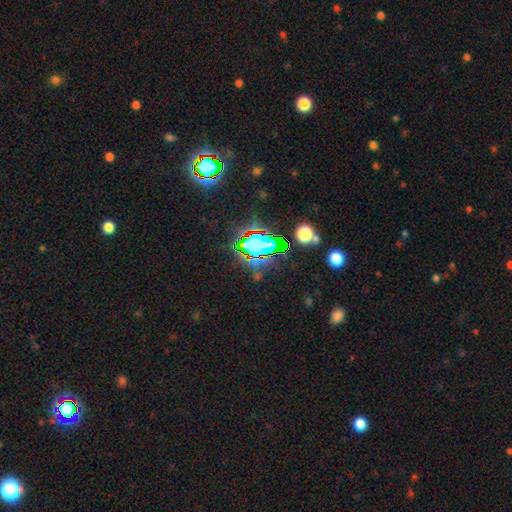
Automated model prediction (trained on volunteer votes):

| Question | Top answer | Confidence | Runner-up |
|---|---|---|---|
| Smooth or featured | star or artifact | 79% | smooth (13%) |